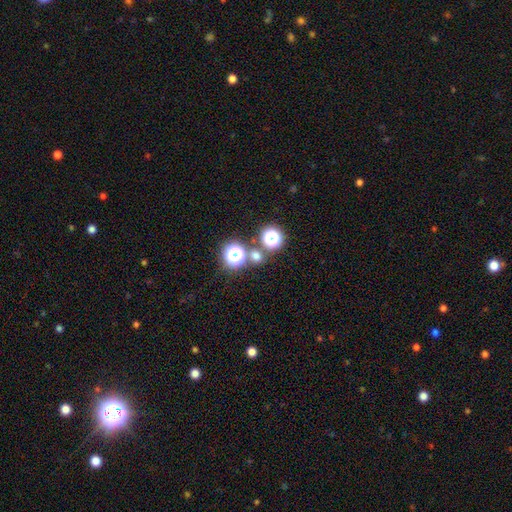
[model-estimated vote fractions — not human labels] The model was most divided on "smooth or featured": smooth: 58%, star or artifact: 35%, featured or disk: 7%. More confident: how rounded — round (82%); merging — none (68%).